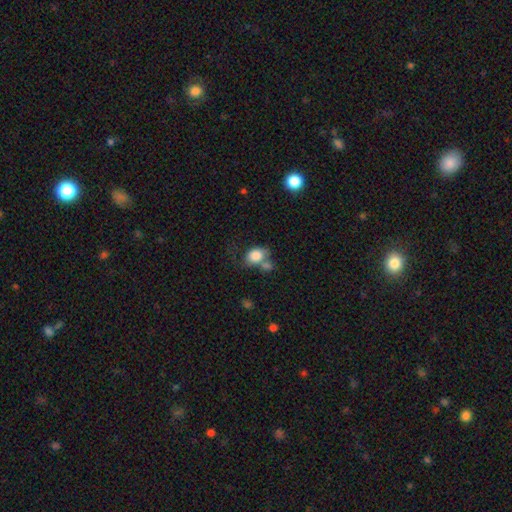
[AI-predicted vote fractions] Smooth or featured? Predicted: smooth (p=0.82). How rounded? Predicted: in between (p=0.57). Merging? Predicted: merger (p=0.36).